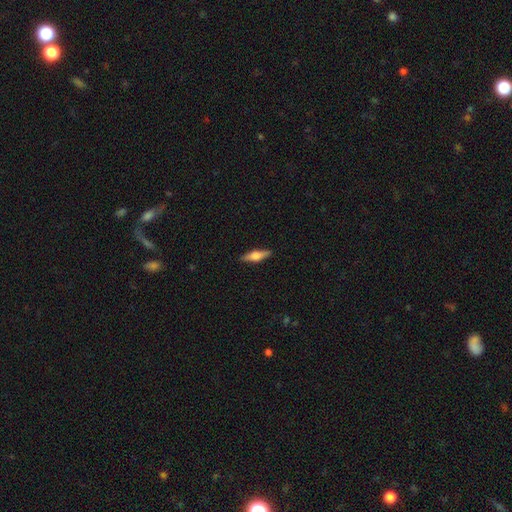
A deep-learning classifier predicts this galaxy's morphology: smooth_or_featured: smooth (p=0.48) [alt: featured or disk p=0.46]
merging: none (p=0.89) [alt: minor disturbance p=0.08]